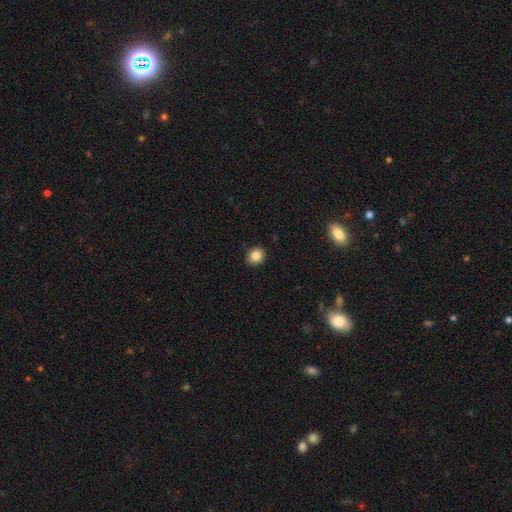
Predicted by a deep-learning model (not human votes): A smooth galaxy with no disk features (84%) that is round (76%).

Vote fractions:
- Smooth or featured? smooth: 84% / star or artifact: 10% / featured or disk: 6%
- How rounded? round: 76% / in between: 23% / cigar-shaped: 1%
- Merging? none: 91% / minor disturbance: 7% / major disturbance: 2% / merger: 1%